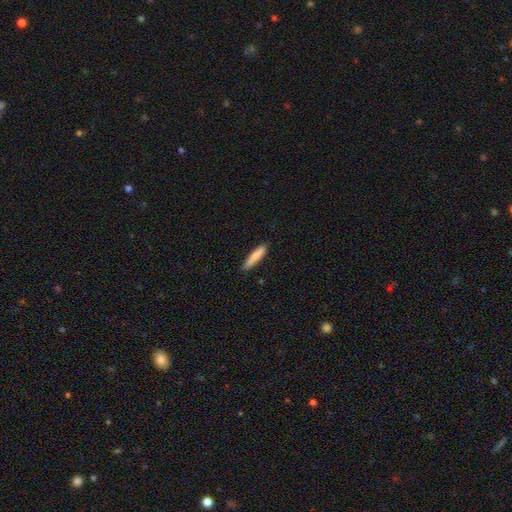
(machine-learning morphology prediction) smooth 81%, featured or disk 13%, star or artifact 6%. Down the decision tree: how rounded — cigar-shaped (85%); merging — none (84%).